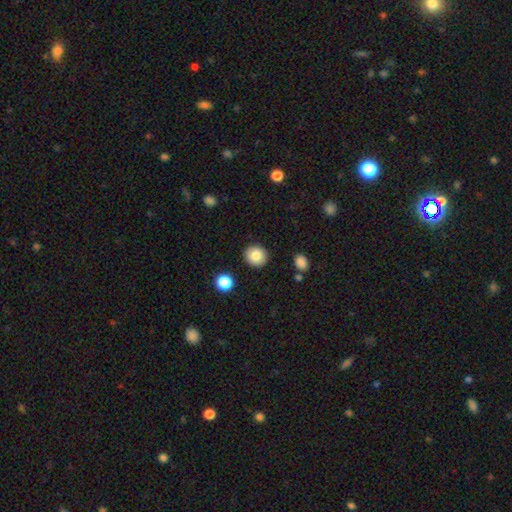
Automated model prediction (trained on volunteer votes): This appears to be a smooth galaxy with no disk features (86%) that is round (87%). Merging: none (90%).